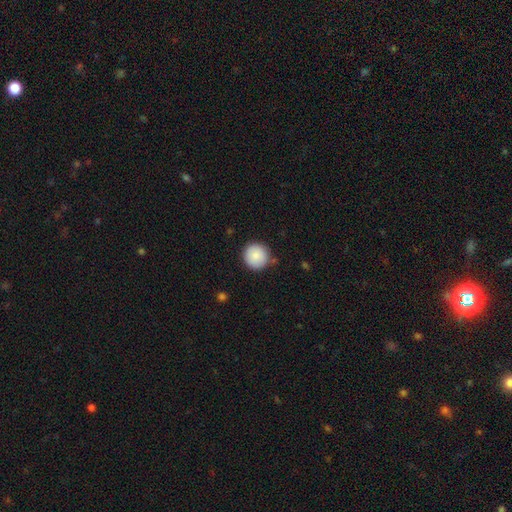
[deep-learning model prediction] A smooth galaxy with no disk features (88%) that is round (95%).

Vote fractions:
- Smooth or featured? smooth: 88% / star or artifact: 7% / featured or disk: 5%
- How rounded? round: 95% / in between: 4% / cigar-shaped: 1%
- Merging? none: 87% / minor disturbance: 9% / major disturbance: 2% / merger: 2%